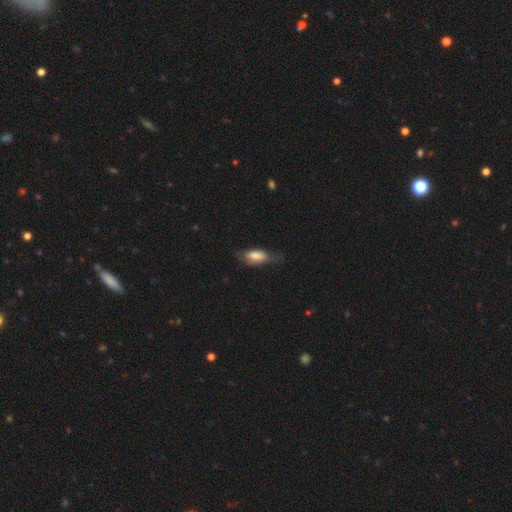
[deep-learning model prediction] Q: Smooth or featured?
A: smooth (71%); runner-up: featured or disk (21%)
Q: How rounded?
A: in between (77%); runner-up: cigar-shaped (21%)
Q: Merging?
A: none (44%); runner-up: minor disturbance (36%)